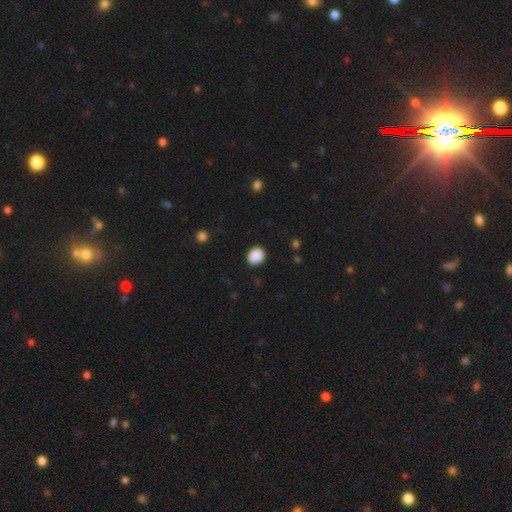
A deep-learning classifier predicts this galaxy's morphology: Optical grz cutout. It shows a smooth galaxy with no disk features (89%) that is round (70%). Merging: none (89%).